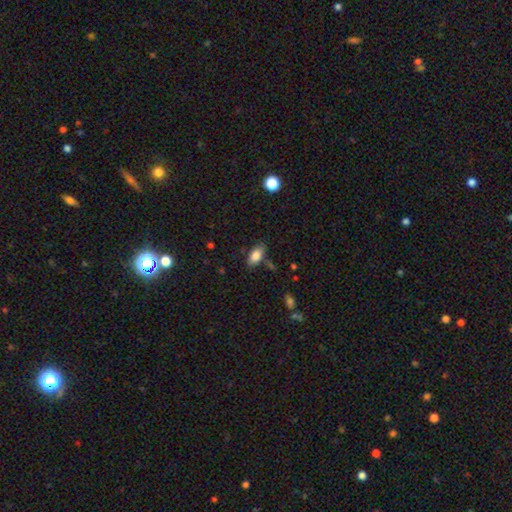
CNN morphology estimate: This appears to be a smooth galaxy with no disk features (82%) that is in between round and cigar-shaped (90%). Merging: none (76%).